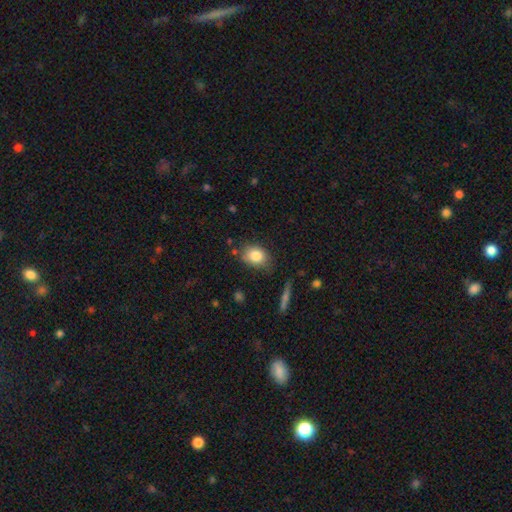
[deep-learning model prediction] smooth-or-featured: smooth: 82% | featured or disk: 9% | star or artifact: 8%
  how-rounded: in between: 66% | round: 33% | cigar-shaped: 1%
  merging: none: 72% | minor disturbance: 19% | major disturbance: 5% | merger: 4%